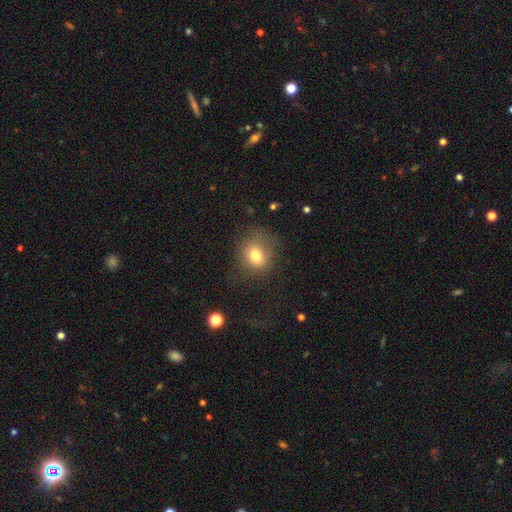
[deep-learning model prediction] Q: Smooth or featured?
A: smooth (76%); runner-up: featured or disk (12%)
Q: How rounded?
A: round (63%); runner-up: in between (36%)
Q: Merging?
A: none (62%); runner-up: minor disturbance (20%)